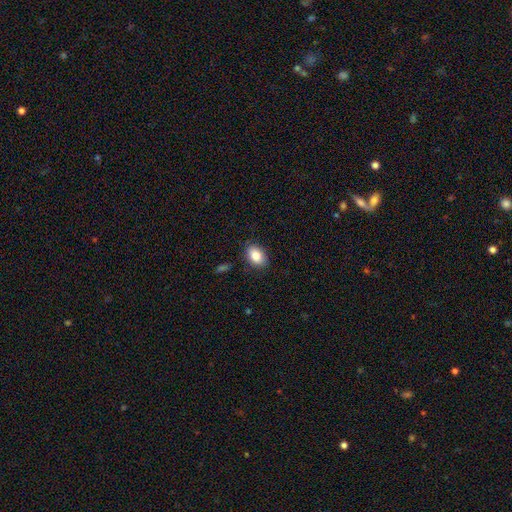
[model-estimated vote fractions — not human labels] A smooth galaxy with no disk features (84%) that is in between round and cigar-shaped (83%). Merging: none (85%).